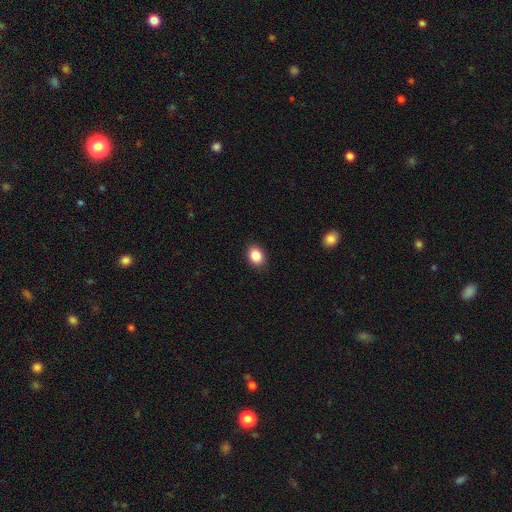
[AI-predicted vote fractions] smooth-or-featured: smooth: 87% | star or artifact: 9% | featured or disk: 4%
  how-rounded: in between: 57% | round: 42% | cigar-shaped: 1%
  merging: none: 90% | minor disturbance: 7% | major disturbance: 2% | merger: 1%